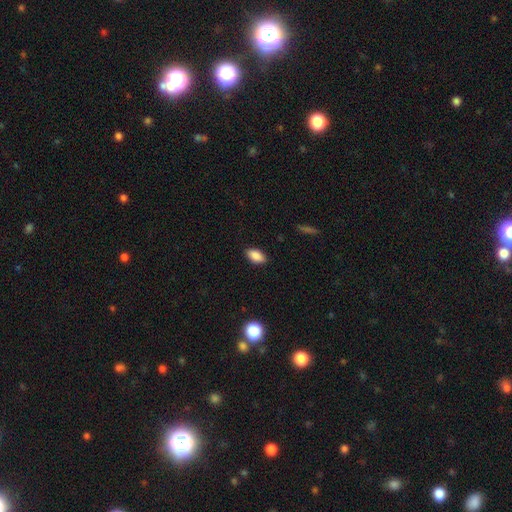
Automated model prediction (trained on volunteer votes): smooth 87%, star or artifact 8%, featured or disk 5%. Down the decision tree: how rounded — in between (92%); merging — none (87%).